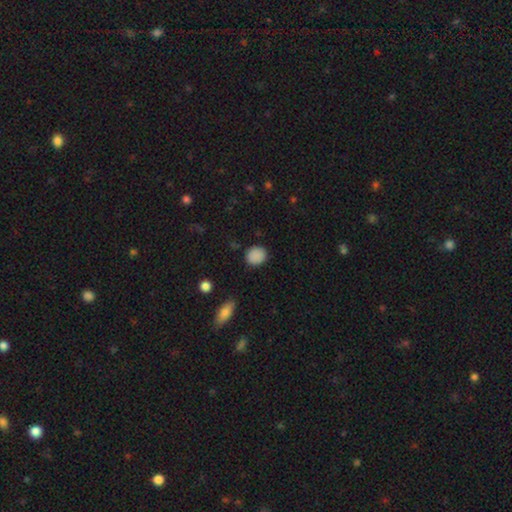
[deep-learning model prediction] The model was most divided on "how rounded": round: 75%, in between: 24%, cigar-shaped: 1%. More confident: smooth or featured — smooth (87%); merging — none (85%).